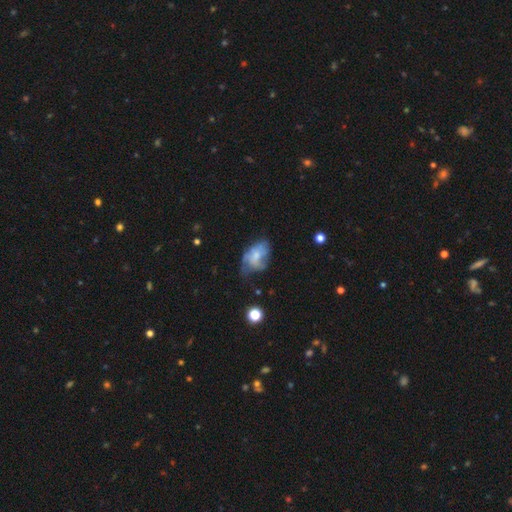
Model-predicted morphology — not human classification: smooth_or_featured: featured or disk (p=0.46) [alt: smooth p=0.45]
merging: none (p=0.33) [tied with: minor disturbance p=0.33]